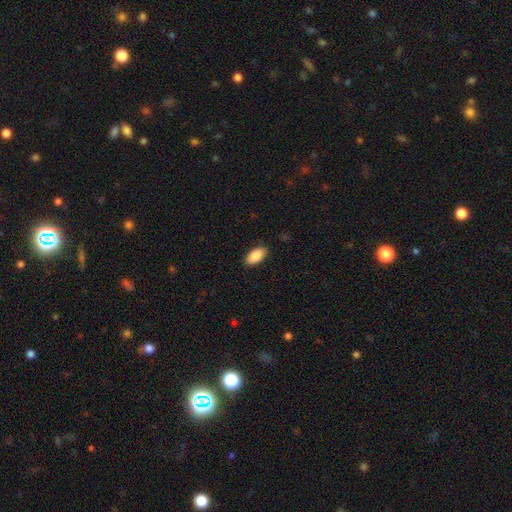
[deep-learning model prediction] A smooth galaxy with no disk features (89%) that is in between round and cigar-shaped (93%). Merging: none (88%).